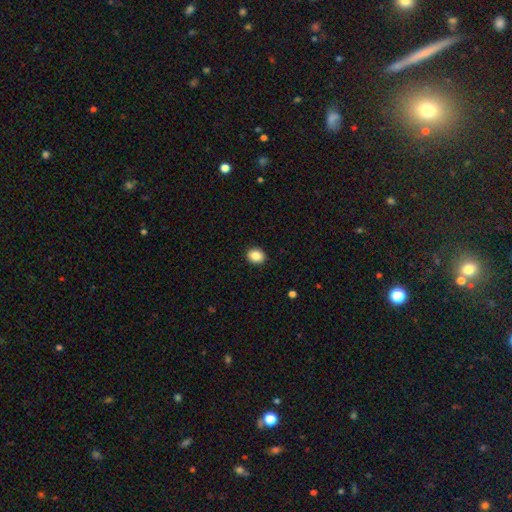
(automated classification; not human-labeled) Smooth or featured? smooth (86%)
How rounded? round (62%)
Merging? none (92%)